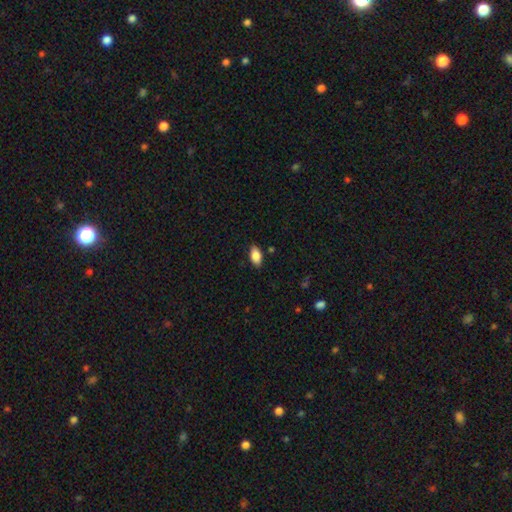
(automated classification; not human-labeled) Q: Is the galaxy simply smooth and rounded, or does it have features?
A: smooth — 85%.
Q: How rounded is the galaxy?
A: in between — 92%.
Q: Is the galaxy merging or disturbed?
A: none — 86%.